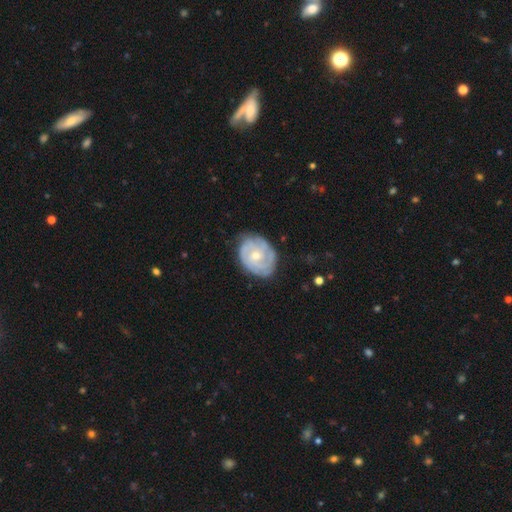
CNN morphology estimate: A featured or disk galaxy (77%) with no bar (70%), tight (66%) spiral arms (90%) and a moderate central bulge (53%).

Vote fractions:
- Smooth or featured? featured or disk: 77% / smooth: 18% / star or artifact: 5%
- Edge-on disk? no: 97% / yes: 3%
- Bar? no: 70% / weak: 26% / strong: 4%
- Spiral arms? yes: 90% / no: 10%
- Spiral winding? tight: 66% / medium: 27% / loose: 7%
- Spiral arm count? can't tell: 36% / 3: 24% / 2: 21% / 4: 9% / 1: 5% / more than 4: 4%
- Bulge size? moderate: 53% / small: 43% / large: 2% / none: 1% / dominant: 1%
- Merging? none: 73% / minor disturbance: 20% / major disturbance: 6% / merger: 1%